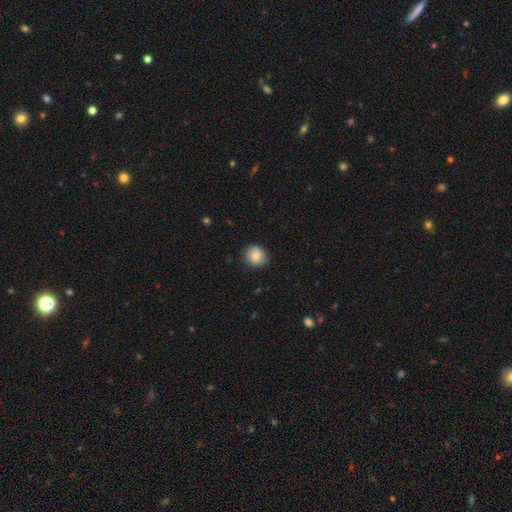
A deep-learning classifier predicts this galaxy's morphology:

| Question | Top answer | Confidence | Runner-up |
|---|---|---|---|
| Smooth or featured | smooth | 83% | featured or disk (9%) |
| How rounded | round | 85% | in between (14%) |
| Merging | none | 86% | minor disturbance (11%) |